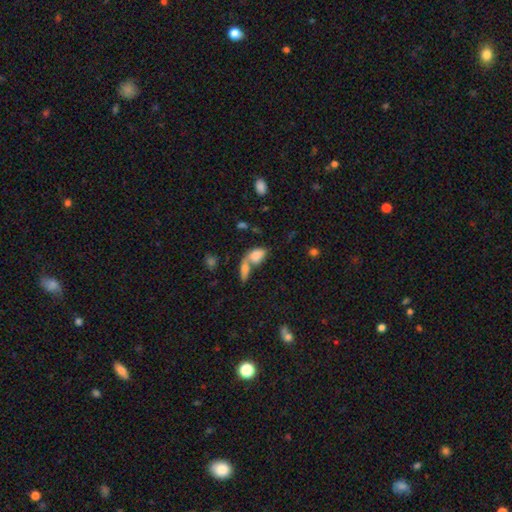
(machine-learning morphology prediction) Overall: smooth (77%). How rounded: in between (88%). Merging: merger (61%; none 25%).